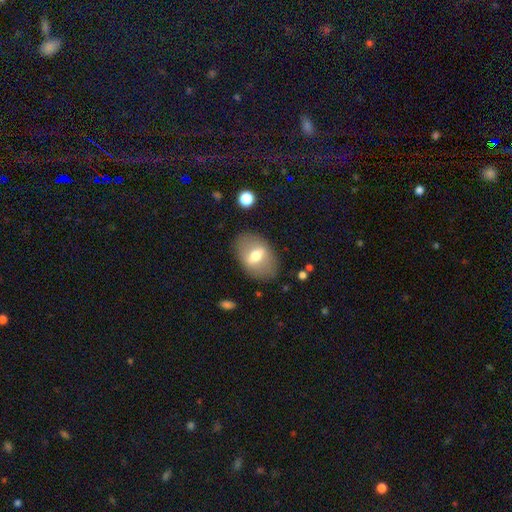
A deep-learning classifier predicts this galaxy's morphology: Smooth or featured: smooth — 51% (featured or disk — 41%)
How rounded: in between — 83% (round — 15%)
Merging: none — 82% (minor disturbance — 11%)